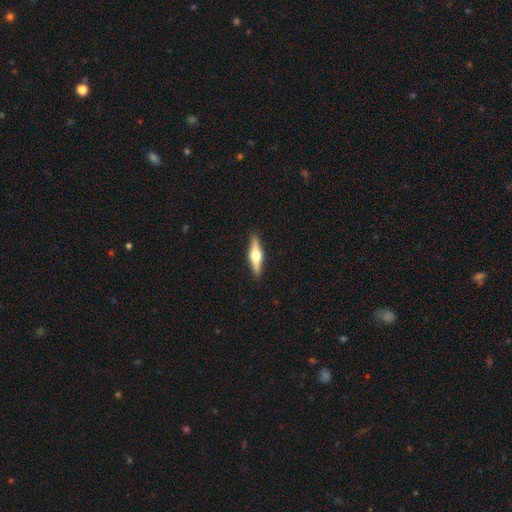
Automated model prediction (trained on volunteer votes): smooth_or_featured: featured or disk (p=0.64) [alt: smooth p=0.30]
disk_edge_on: yes (p=0.97) [alt: no p=0.03]
edge_on_bulge: rounded (p=0.95) [alt: boxy p=0.03]
merging: none (p=0.91) [alt: minor disturbance p=0.06]